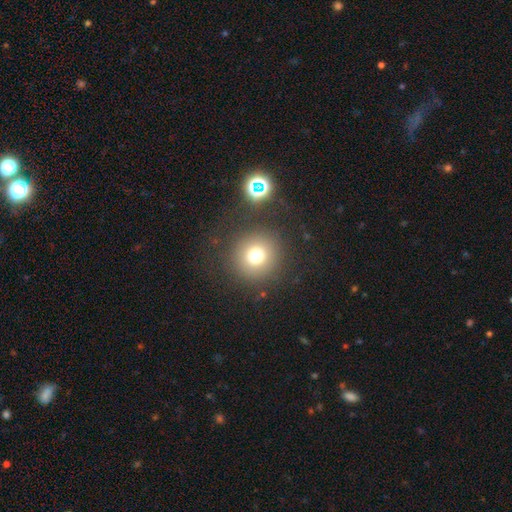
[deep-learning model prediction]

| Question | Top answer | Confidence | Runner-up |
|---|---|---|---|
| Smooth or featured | smooth | 72% | star or artifact (18%) |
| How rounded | round | 95% | in between (4%) |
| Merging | none | 87% | minor disturbance (6%) |